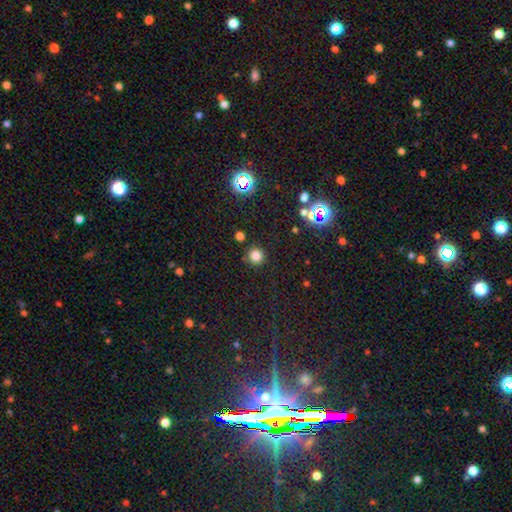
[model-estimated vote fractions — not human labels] smooth_or_featured: smooth (p=0.78) [alt: star or artifact p=0.17]
how_rounded: round (p=0.94) [alt: in between p=0.05]
merging: none (p=0.86) [alt: minor disturbance p=0.07]